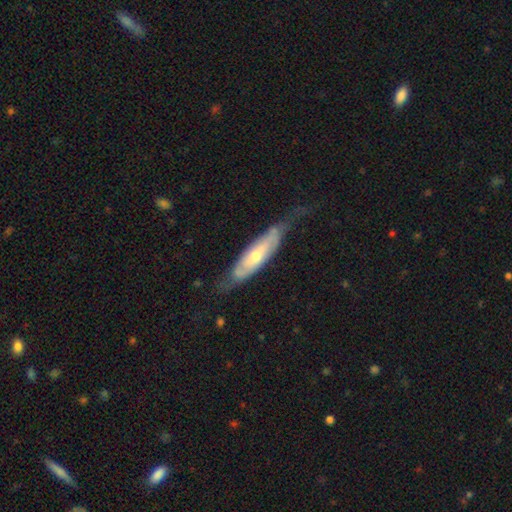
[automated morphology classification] The model was most divided on "merging": none: 51%, minor disturbance: 29%, major disturbance: 18%, merger: 2%. More confident: smooth or featured — featured or disk (64%); edge-on disk — no (63%).